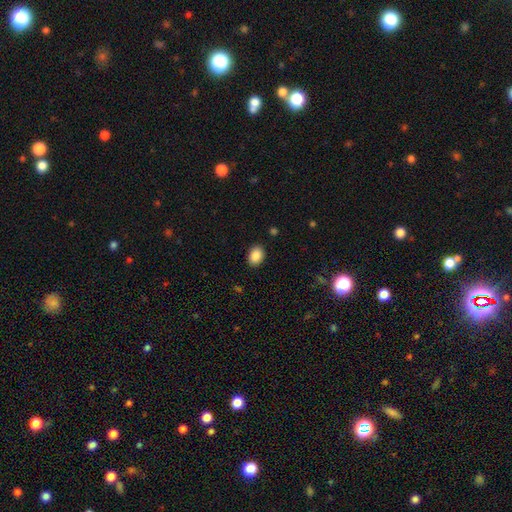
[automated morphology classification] A smooth galaxy with no disk features (88%) that is in between round and cigar-shaped (76%).

Vote fractions:
- Smooth or featured? smooth: 88% / star or artifact: 8% / featured or disk: 4%
- How rounded? in between: 76% / round: 23% / cigar-shaped: 1%
- Merging? none: 89% / minor disturbance: 8% / major disturbance: 2% / merger: 1%